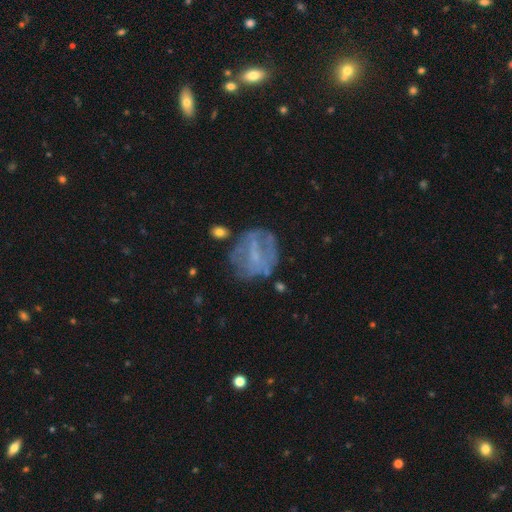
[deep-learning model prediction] This is possibly a featured or disk galaxy (56%). It is clearly not viewed edge-on (96%). Bar: marginally no (45%). Spiral arm pattern: likely no (67%). Central bulge: marginally small (43%). Merging: possibly none (56%).